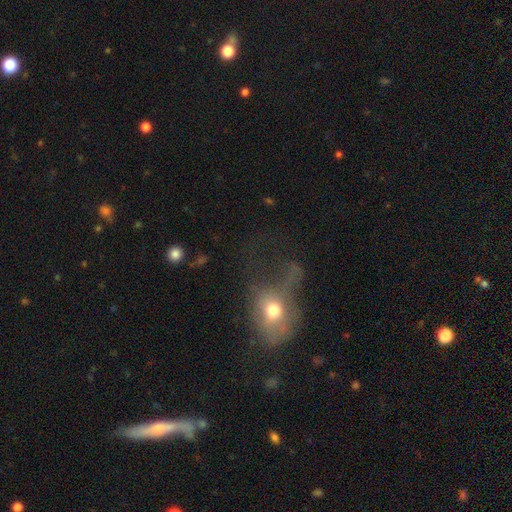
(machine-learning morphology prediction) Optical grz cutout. It shows a smooth galaxy with no disk features (40%). Merging: none (40%).